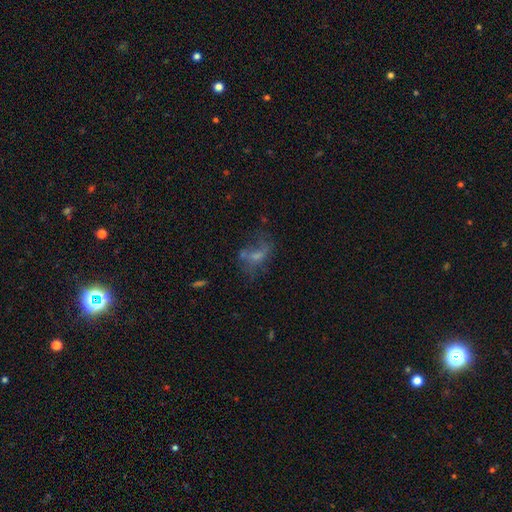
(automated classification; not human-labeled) This is marginally a featured or disk galaxy (43%). Merging: marginally major disturbance (35%).